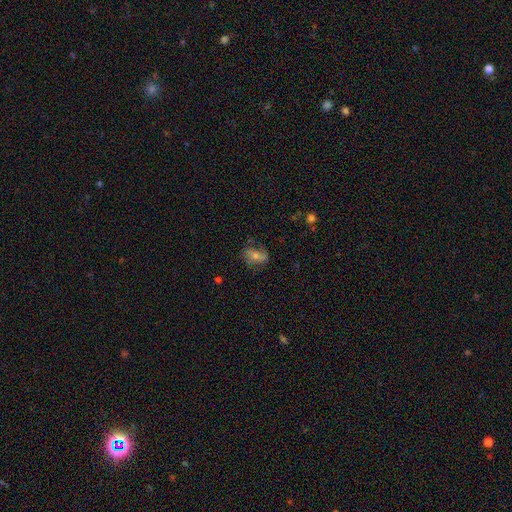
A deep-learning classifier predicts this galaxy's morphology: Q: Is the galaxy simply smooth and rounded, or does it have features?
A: featured or disk — 47%.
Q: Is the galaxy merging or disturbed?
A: none — 67%.